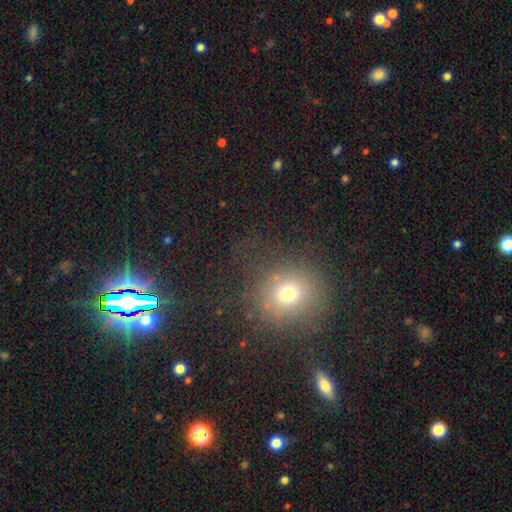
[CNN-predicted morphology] smooth_or_featured: star or artifact (p=0.46) [alt: smooth p=0.42]